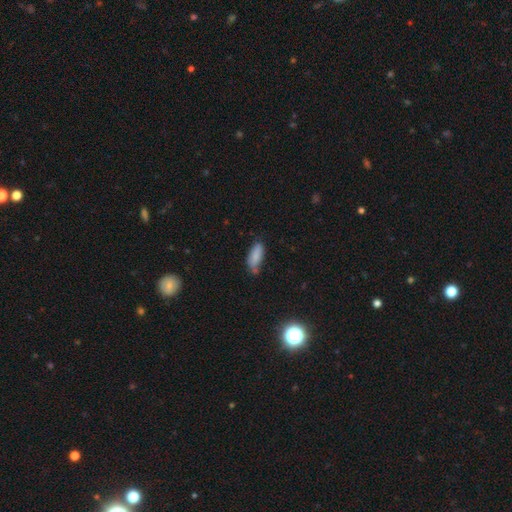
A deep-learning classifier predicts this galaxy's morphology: smooth 83%, featured or disk 9%, star or artifact 8%. Down the decision tree: how rounded — in between (79%); merging — none (56%).